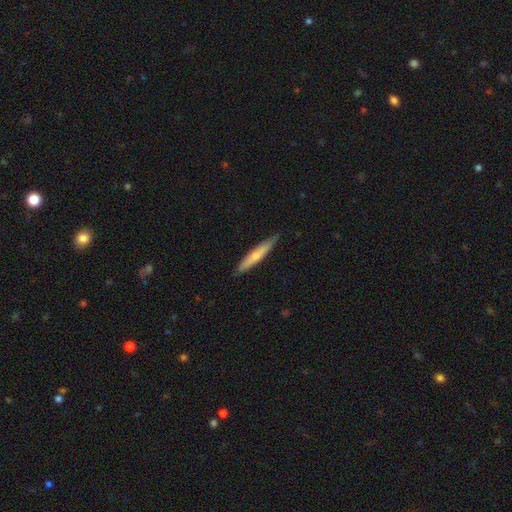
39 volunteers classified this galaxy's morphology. smooth 59%, featured or disk 38%, star or artifact 3%. Down the decision tree: how rounded — cigar-shaped (83%); merging — none (92%).